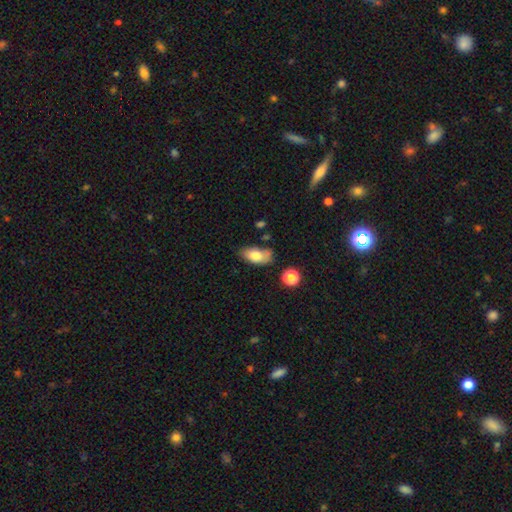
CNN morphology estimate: Q: Smooth or featured?
A: smooth (77%); runner-up: featured or disk (16%)
Q: How rounded?
A: in between (90%); runner-up: round (5%)
Q: Merging?
A: none (57%); runner-up: minor disturbance (26%)